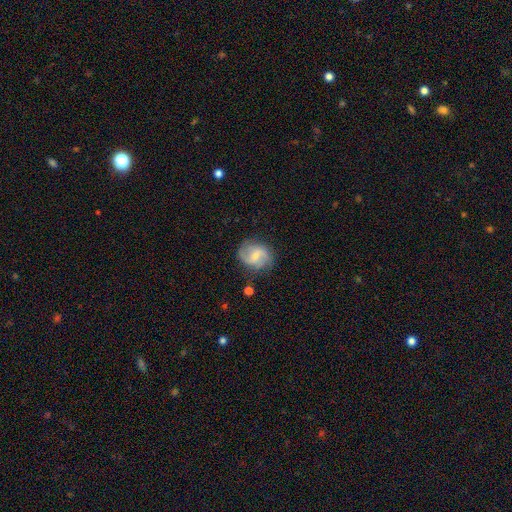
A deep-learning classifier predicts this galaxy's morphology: A featured or disk galaxy (77%) with a weak bar (55%), 2 (85%) medium (47%) spiral arms (94%) and a small central bulge (55%). Merging: none (76%).